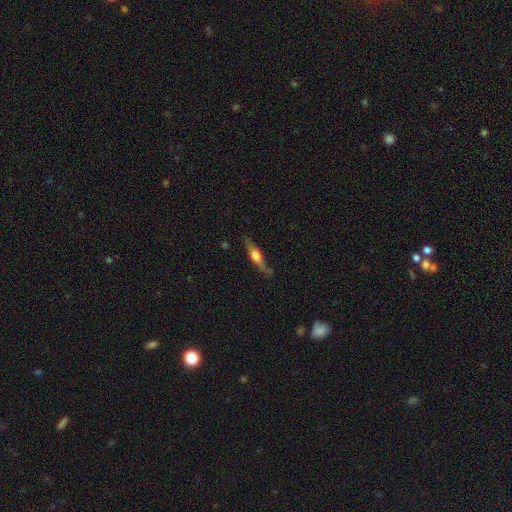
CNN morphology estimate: Smooth or featured? Predicted: featured or disk (p=0.61). Edge-on disk? Predicted: yes (p=0.94). Edge-on bulge? Predicted: rounded (p=0.91). Merging? Predicted: none (p=0.77).